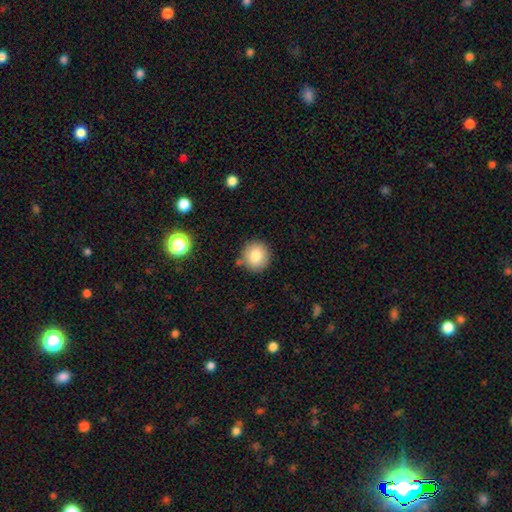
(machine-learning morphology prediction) Q: Smooth or featured?
A: smooth (81%); runner-up: star or artifact (10%)
Q: How rounded?
A: round (92%); runner-up: in between (7%)
Q: Merging?
A: none (83%); runner-up: minor disturbance (11%)